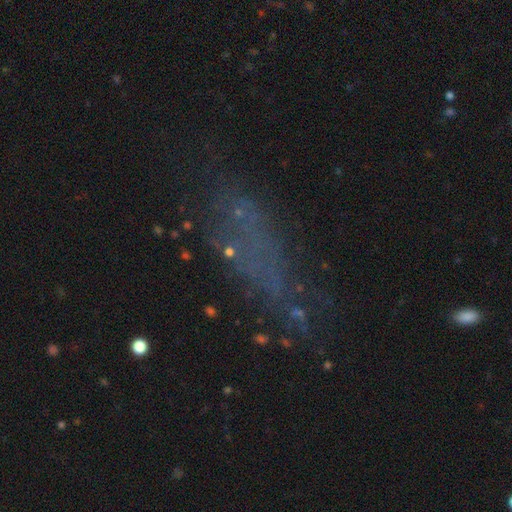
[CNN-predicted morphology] A smooth galaxy with no disk features (37%). Merging: none (56%).